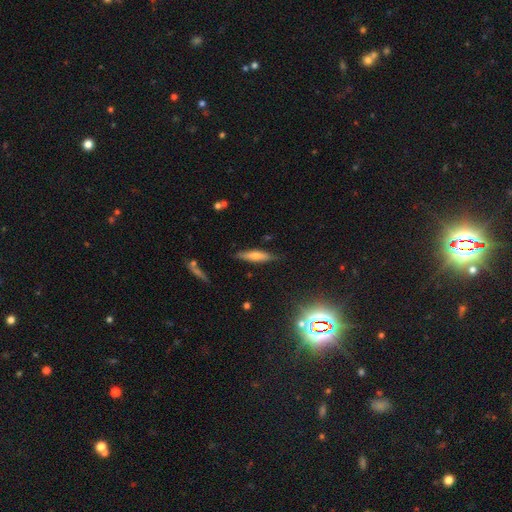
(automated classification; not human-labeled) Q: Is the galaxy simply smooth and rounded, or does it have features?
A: smooth — 58%.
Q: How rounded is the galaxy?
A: cigar-shaped — 78%.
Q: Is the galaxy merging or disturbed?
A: none — 81%.